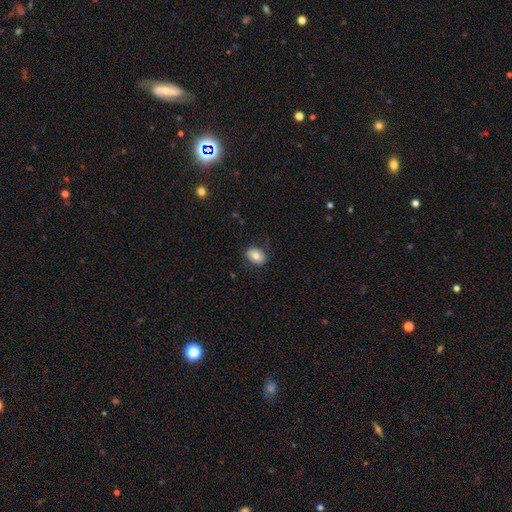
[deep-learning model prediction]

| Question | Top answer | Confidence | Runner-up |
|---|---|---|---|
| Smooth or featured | smooth | 79% | featured or disk (13%) |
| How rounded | in between | 79% | round (20%) |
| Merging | none | 80% | minor disturbance (15%) |